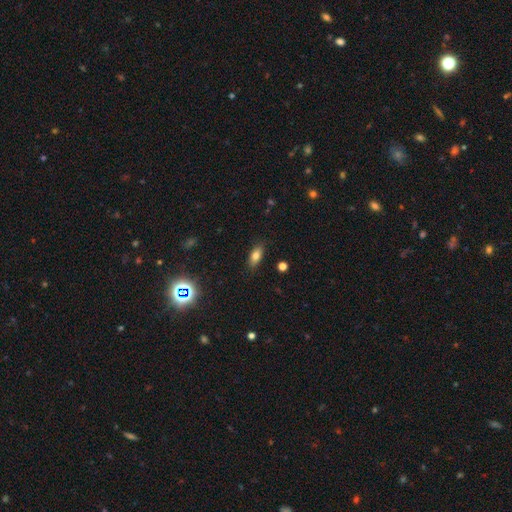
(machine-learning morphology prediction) Smooth or featured? Predicted: smooth (p=0.77). How rounded? Predicted: in between (p=0.83). Merging? Predicted: none (p=0.85).